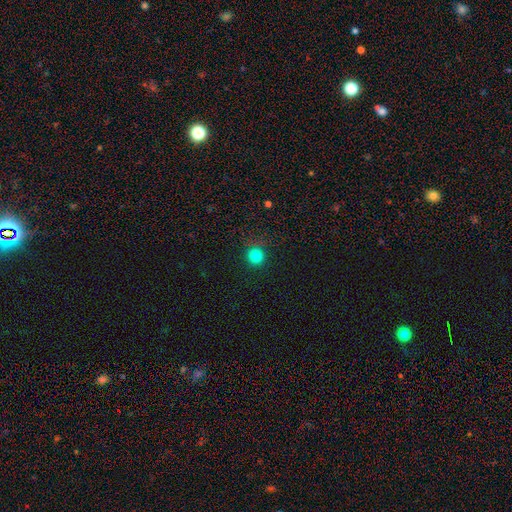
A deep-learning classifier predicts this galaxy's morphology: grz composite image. It shows a smooth galaxy with no disk features (83%) that is round (94%). Merging: none (86%).